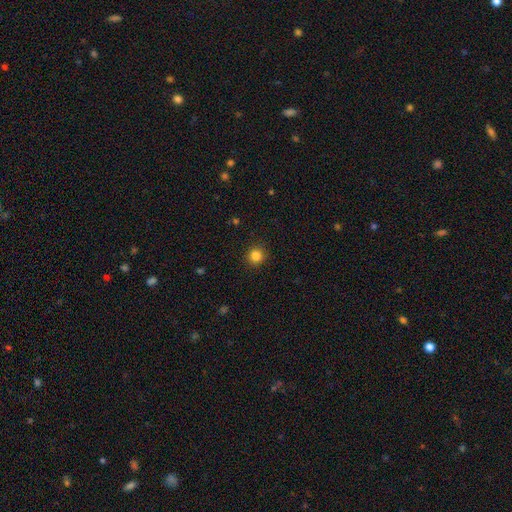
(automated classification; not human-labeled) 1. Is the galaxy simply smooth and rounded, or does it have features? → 84% smooth, 12% star or artifact, 4% featured or disk.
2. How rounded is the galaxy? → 93% round, 6% in between, 1% cigar-shaped.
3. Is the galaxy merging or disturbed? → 91% none, 6% minor disturbance, 2% major disturbance, 1% merger.